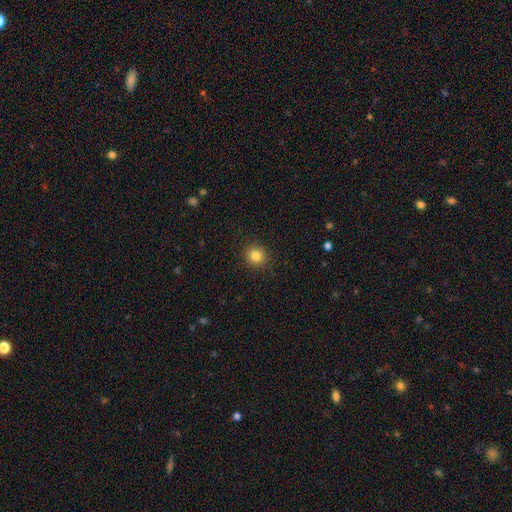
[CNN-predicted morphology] A smooth galaxy with no disk features (84%) that is round (89%). Merging: none (91%).